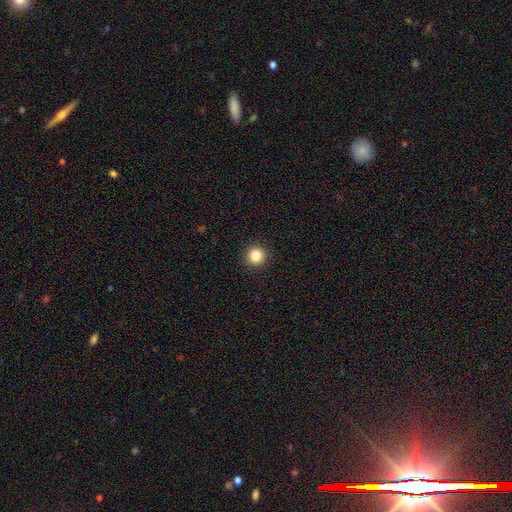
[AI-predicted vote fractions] Smooth or featured: smooth — 84% (star or artifact — 11%)
How rounded: round — 95% (in between — 5%)
Merging: none — 93% (minor disturbance — 4%)